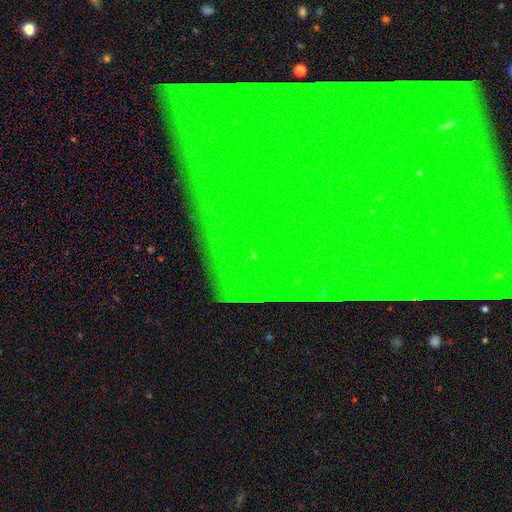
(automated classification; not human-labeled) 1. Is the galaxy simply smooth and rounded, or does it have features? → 83% star or artifact, 9% featured or disk, 8% smooth.